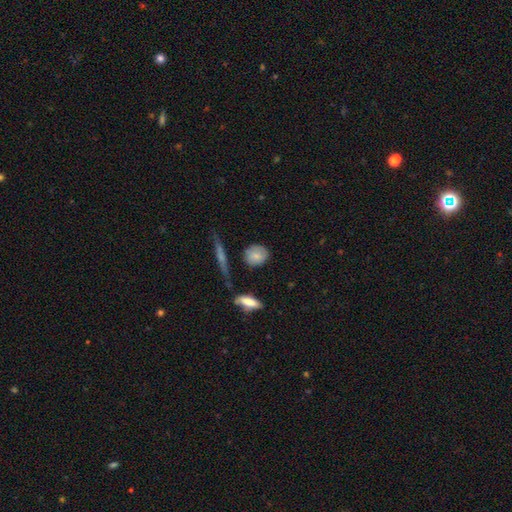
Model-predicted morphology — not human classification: A smooth galaxy with no disk features (79%) that is round (59%). Merging: none (72%).